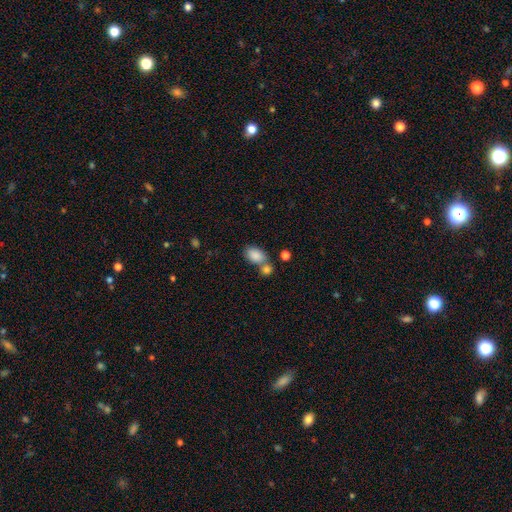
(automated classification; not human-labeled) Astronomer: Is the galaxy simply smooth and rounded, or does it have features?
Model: smooth — 86%.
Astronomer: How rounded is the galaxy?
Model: in between — 85%.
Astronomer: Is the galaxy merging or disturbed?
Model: none — 48% (runner-up: merger, 35%).